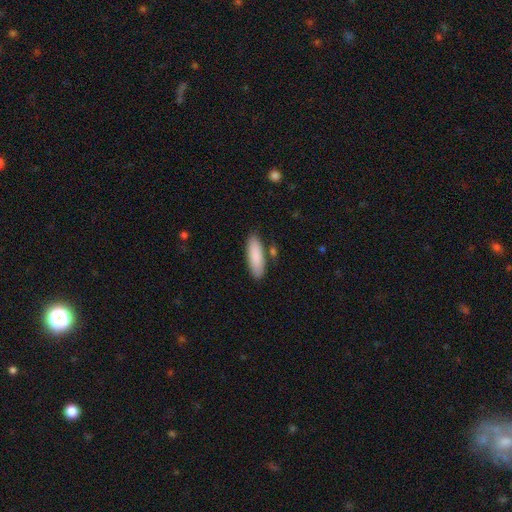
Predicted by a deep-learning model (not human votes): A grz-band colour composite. It shows a smooth galaxy with no disk features (87%) that is in between round and cigar-shaped (54%). Merging: none (81%).